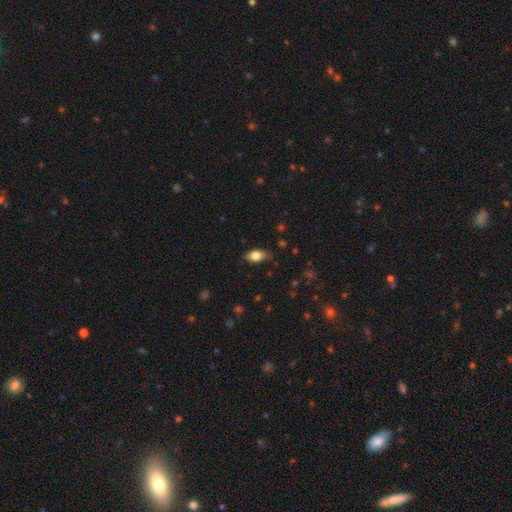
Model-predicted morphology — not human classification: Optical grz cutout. It shows a smooth galaxy with no disk features (77%) that is in between round and cigar-shaped (87%). Merging: none (76%).